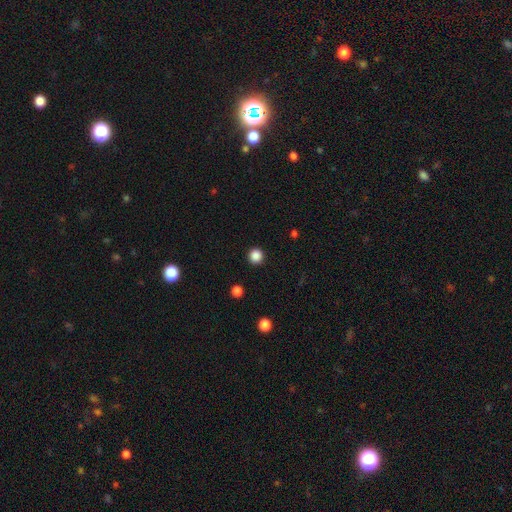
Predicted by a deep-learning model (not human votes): Overall: smooth (86%). How rounded: round (96%). Merging: none (93%).